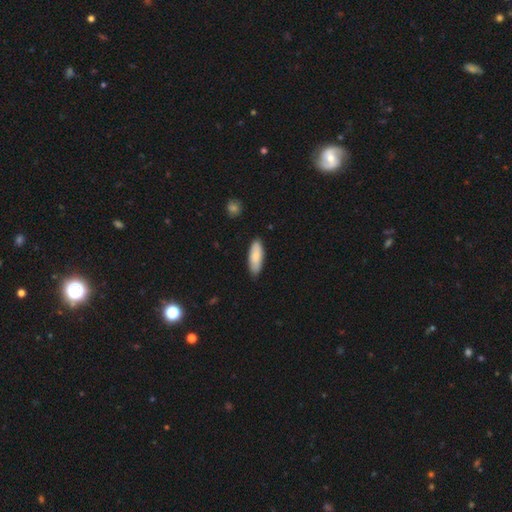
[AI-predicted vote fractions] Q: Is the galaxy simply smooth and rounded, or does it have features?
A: smooth — 83%.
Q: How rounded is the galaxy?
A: in between — 66%.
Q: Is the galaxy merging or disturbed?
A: none — 86%.